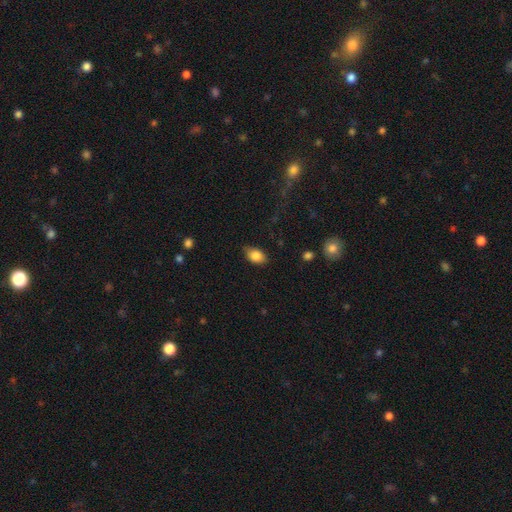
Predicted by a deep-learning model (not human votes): This appears to be a smooth galaxy with no disk features (86%) that is in between round and cigar-shaped (87%). Merging: none (75%).